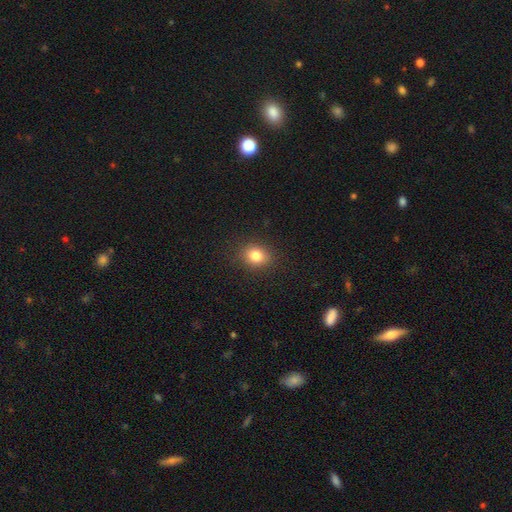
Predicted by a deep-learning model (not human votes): Smooth or featured?
  - smooth: 81% *
  - star or artifact: 12%
  - featured or disk: 7%
How rounded?
  - round: 62% *
  - in between: 37%
  - cigar-shaped: 1%
Merging?
  - none: 89% *
  - minor disturbance: 8%
  - major disturbance: 3%
  - merger: 1%